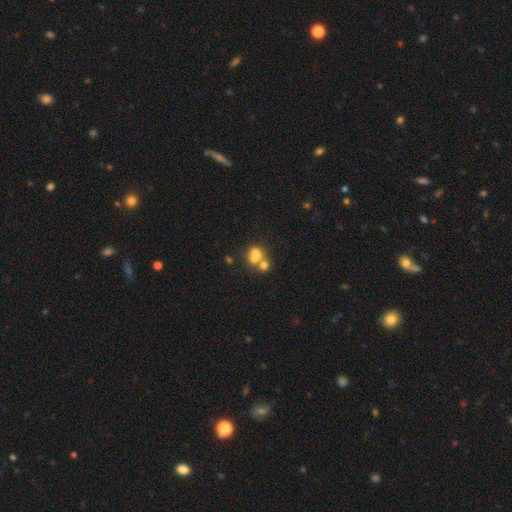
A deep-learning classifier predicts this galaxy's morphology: Smooth or featured? smooth (74%)
How rounded? in between (65%)
Merging? merger (51%)